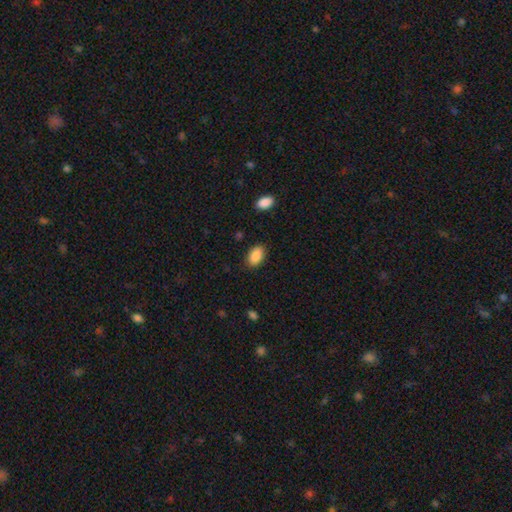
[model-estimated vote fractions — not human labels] Morphology: type=smooth (88%); roundness=in between (92%); merging=none (85%).